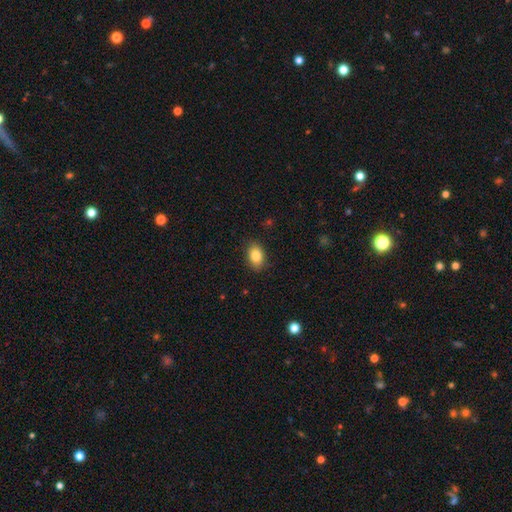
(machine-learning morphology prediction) Smooth or featured? Predicted: smooth (p=0.84). How rounded? Predicted: in between (p=0.84). Merging? Predicted: none (p=0.86).